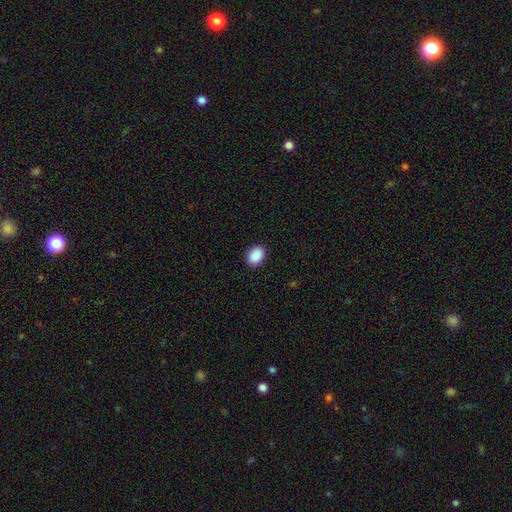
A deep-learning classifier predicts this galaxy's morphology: This appears to be a smooth galaxy with no disk features (89%) that is in between round and cigar-shaped (64%). Merging: none (91%).